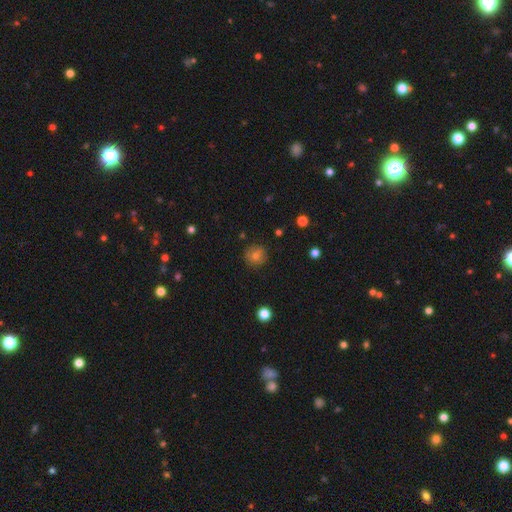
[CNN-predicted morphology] smooth 77%, star or artifact 12%, featured or disk 10%. Down the decision tree: how rounded — round (93%); merging — none (87%).